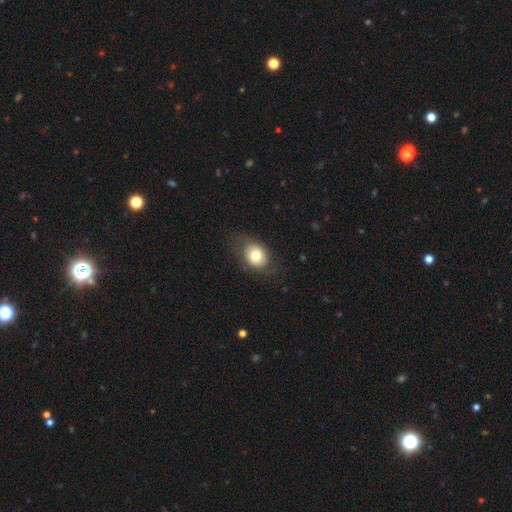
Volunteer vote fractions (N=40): smooth 75%, featured or disk 15%, star or artifact 10%. Down the decision tree: how rounded — in between (67%); merging — none (75%).